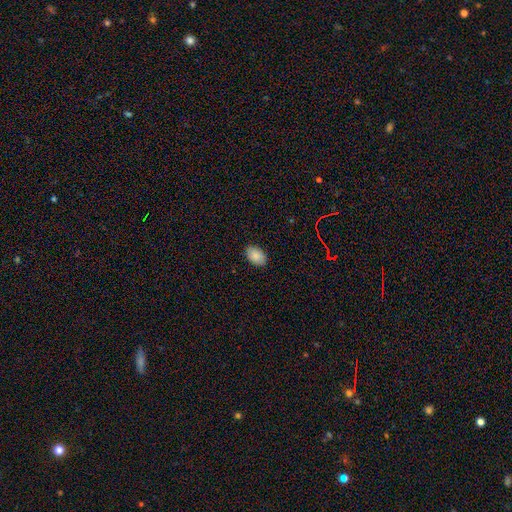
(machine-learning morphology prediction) type=smooth (86%); roundness=in between (88%); merging=none (87%).